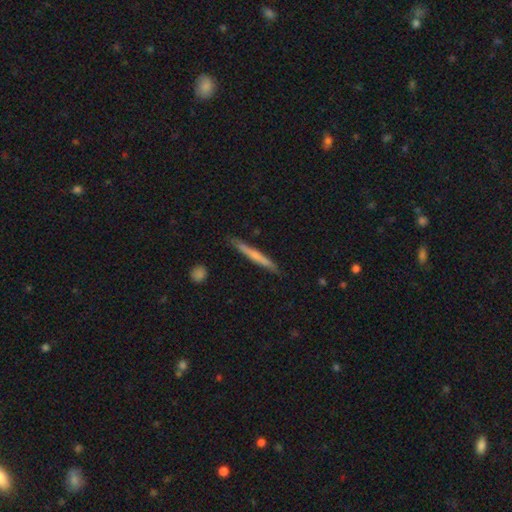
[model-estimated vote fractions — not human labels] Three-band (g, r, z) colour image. It shows a smooth galaxy with no disk features (55%) that is cigar-shaped (96%). Merging: none (87%).